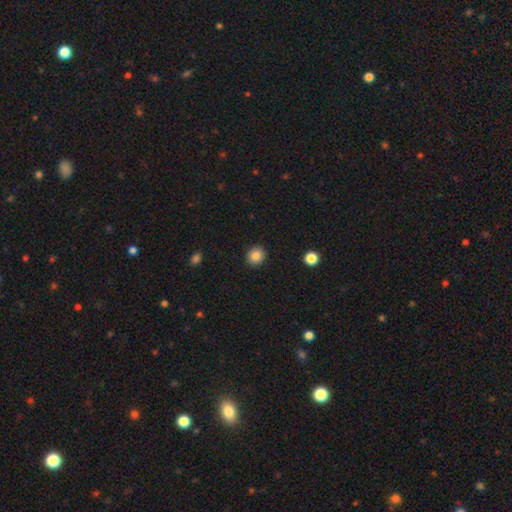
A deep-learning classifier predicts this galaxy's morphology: A smooth galaxy with no disk features (85%) that is round (86%). Merging: none (92%).